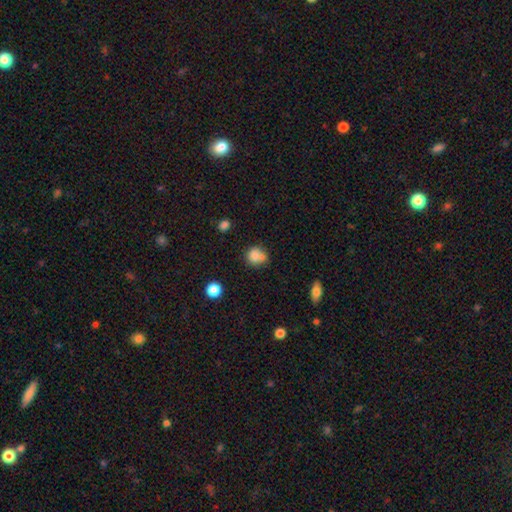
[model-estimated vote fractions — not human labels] This is likely a smooth galaxy (79%). How rounded: likely round (78%). Merging: possibly none (50%).